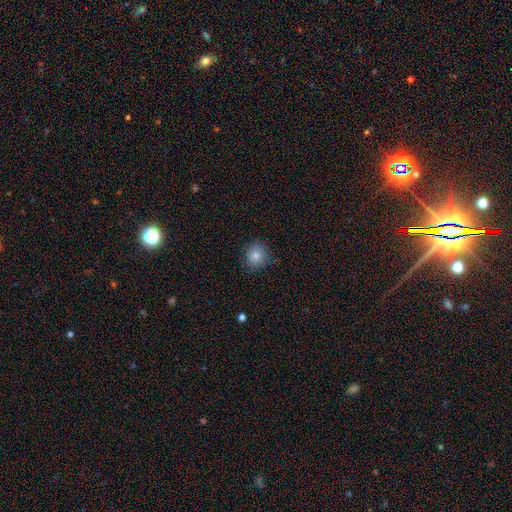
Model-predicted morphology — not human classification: Smooth or featured: smooth — 81% (star or artifact — 11%)
How rounded: round — 87% (in between — 12%)
Merging: none — 84% (minor disturbance — 12%)